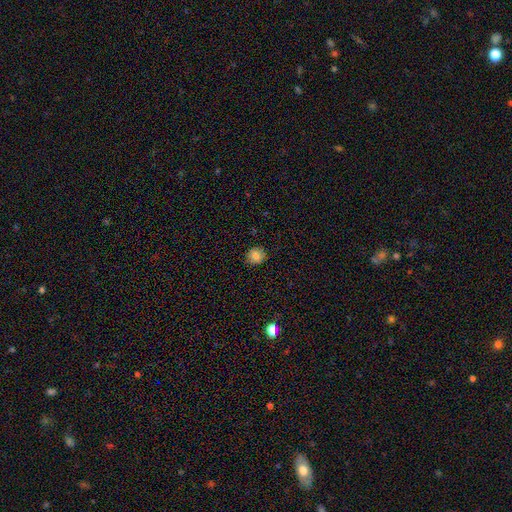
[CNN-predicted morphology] Smooth or featured? smooth (79%)
How rounded? round (86%)
Merging? none (89%)